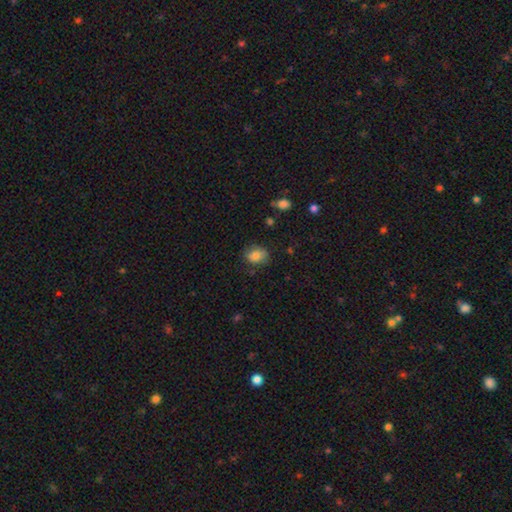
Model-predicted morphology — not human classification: Smooth or featured: smooth — 82% (featured or disk — 9%)
How rounded: in between — 55% (round — 44%)
Merging: none — 75% (minor disturbance — 19%)